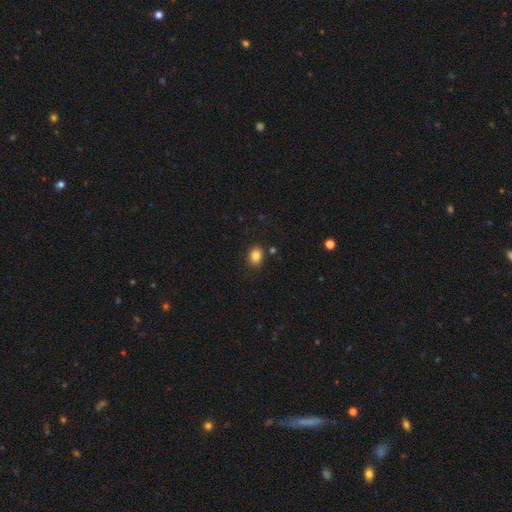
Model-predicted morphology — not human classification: smooth 84%, star or artifact 10%, featured or disk 6%. Down the decision tree: how rounded — in between (59%); merging — none (85%).